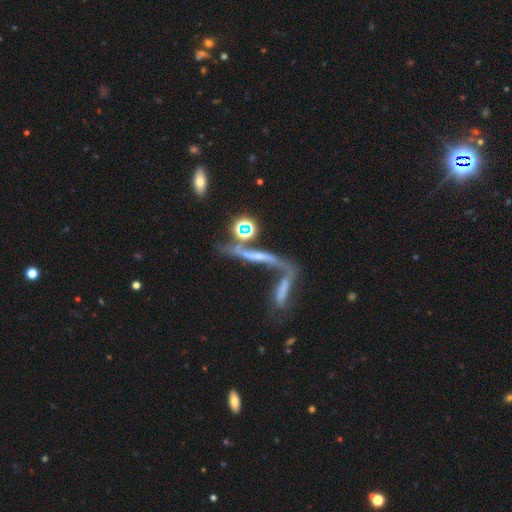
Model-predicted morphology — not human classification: This appears to be a featured or disk galaxy (62%) with not edge-on (50%, tied with yes). Merging: merger (42%).